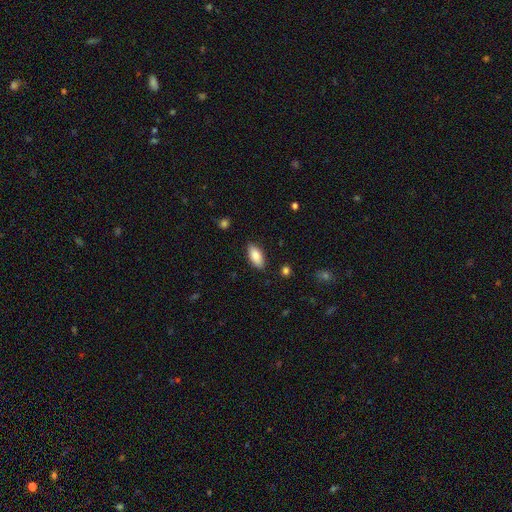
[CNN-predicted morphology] This is clearly a smooth galaxy (85%). How rounded: clearly in between (88%). Merging: clearly none (86%).